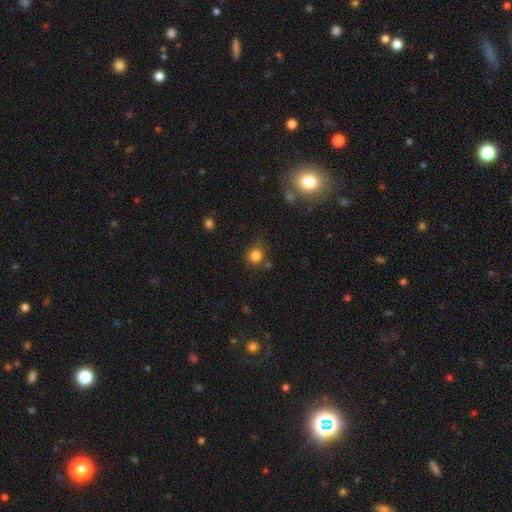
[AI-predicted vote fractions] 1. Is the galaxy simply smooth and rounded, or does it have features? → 82% smooth, 12% star or artifact, 6% featured or disk.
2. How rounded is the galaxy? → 82% round, 17% in between, 1% cigar-shaped.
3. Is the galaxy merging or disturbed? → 71% none, 17% minor disturbance, 8% merger, 5% major disturbance.